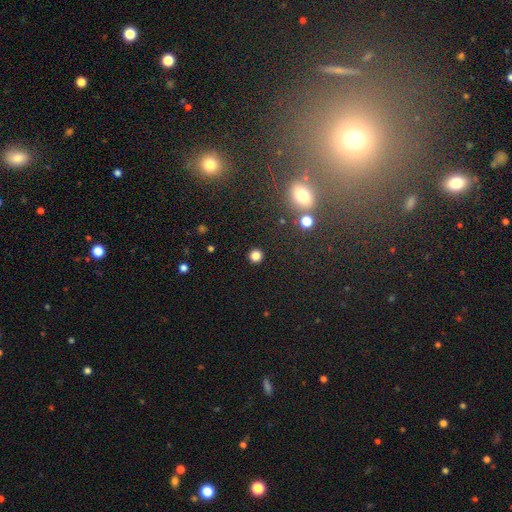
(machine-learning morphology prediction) smooth 81%, star or artifact 15%, featured or disk 4%. Down the decision tree: how rounded — round (92%); merging — none (91%).